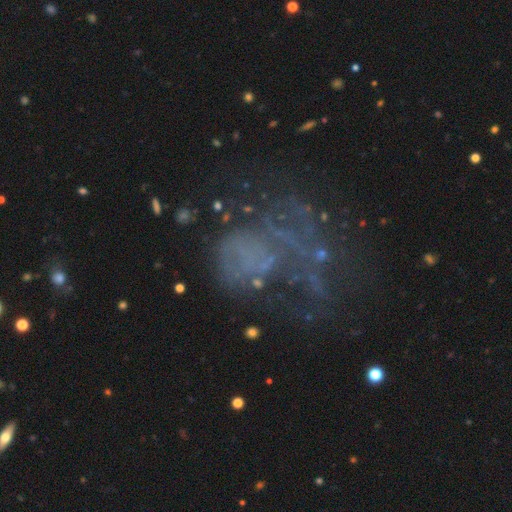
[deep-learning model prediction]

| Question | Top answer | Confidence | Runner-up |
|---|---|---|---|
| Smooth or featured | featured or disk | 46% | star or artifact (33%) |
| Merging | major disturbance | 46% | none (32%) |